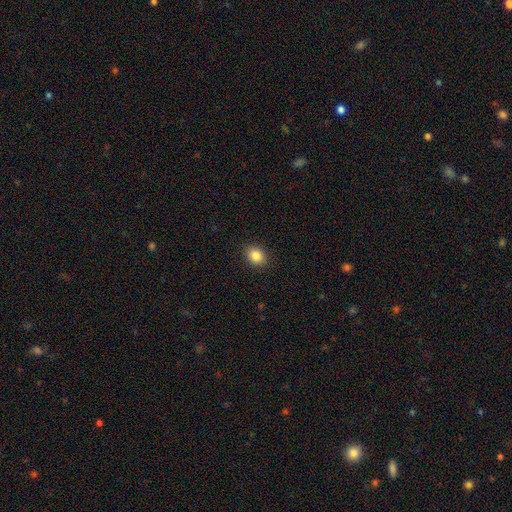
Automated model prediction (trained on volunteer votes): The model was most divided on "how rounded": round: 53%, in between: 46%, cigar-shaped: 1%. More confident: merging — none (90%); smooth or featured — smooth (85%).